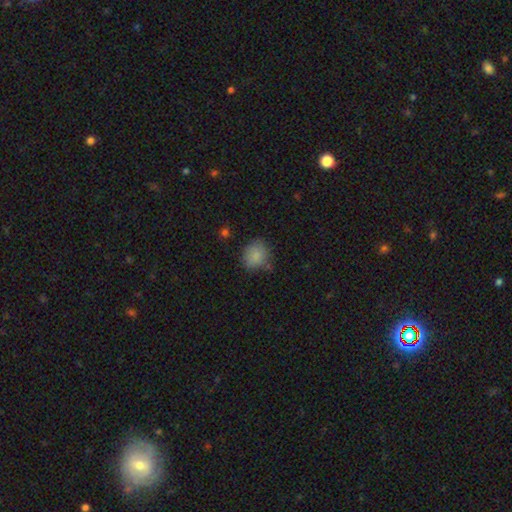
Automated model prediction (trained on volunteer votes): Smooth or featured: smooth — 84% (star or artifact — 10%)
How rounded: round — 68% (in between — 31%)
Merging: none — 64% (minor disturbance — 25%)